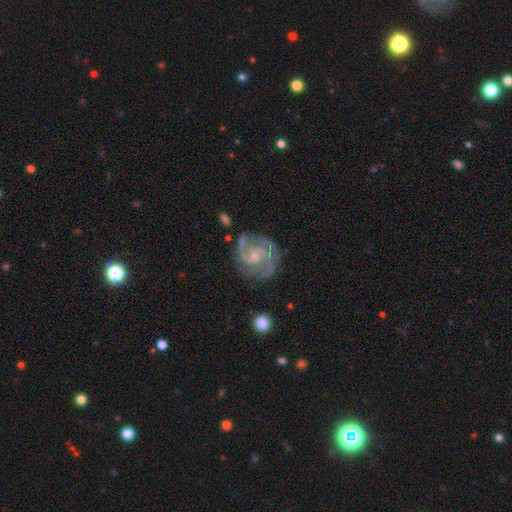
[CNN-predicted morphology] This appears to be a featured or disk galaxy (91%) with no bar (53%), 2 (48%) medium (50%) spiral arms (98%) and a small central bulge (57%). Merging: none (73%).